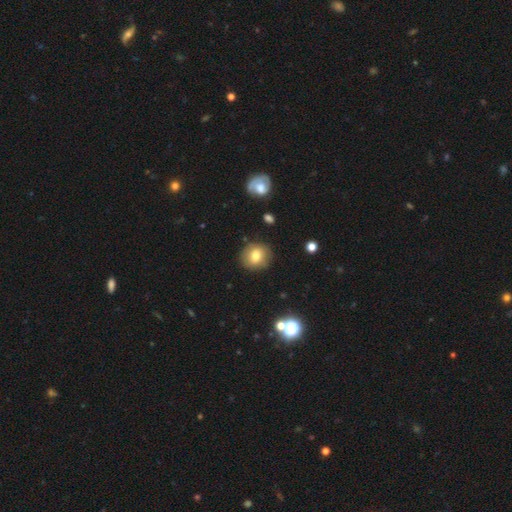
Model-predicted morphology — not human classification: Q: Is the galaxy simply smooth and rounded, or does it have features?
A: smooth — 76%.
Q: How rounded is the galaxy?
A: round — 81%.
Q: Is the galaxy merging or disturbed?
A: none — 84%.